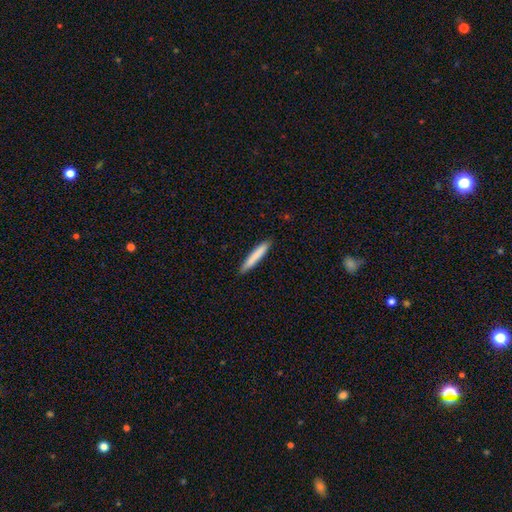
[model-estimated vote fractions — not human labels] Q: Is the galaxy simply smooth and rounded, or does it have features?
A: smooth — 81%.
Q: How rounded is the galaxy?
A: cigar-shaped — 94%.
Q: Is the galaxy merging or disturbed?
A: none — 90%.